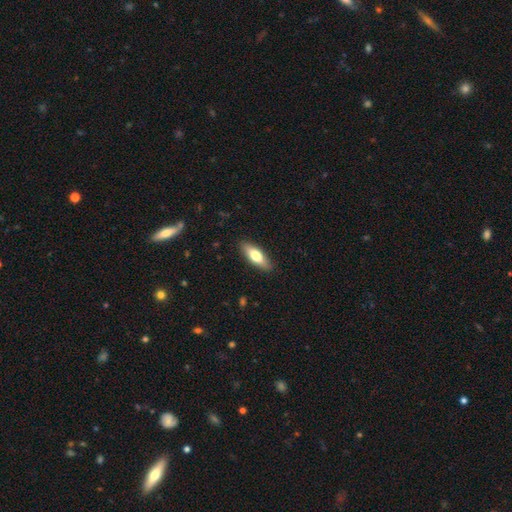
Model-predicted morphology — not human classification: Smooth or featured? smooth (65%)
How rounded? in between (57%)
Merging? none (88%)